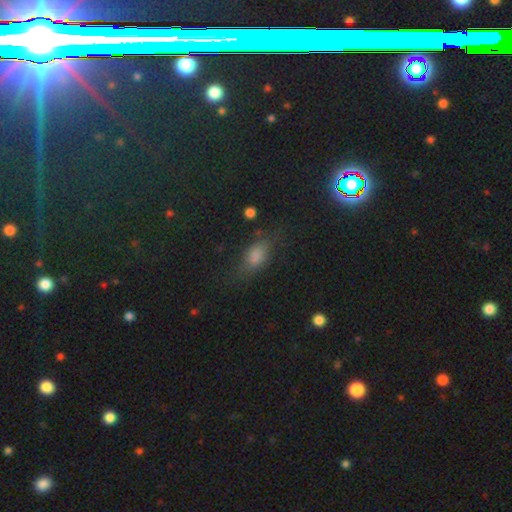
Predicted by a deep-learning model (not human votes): Q: Smooth or featured?
A: smooth (64%); runner-up: star or artifact (22%)
Q: How rounded?
A: in between (76%); runner-up: round (12%)
Q: Merging?
A: none (65%); runner-up: minor disturbance (22%)